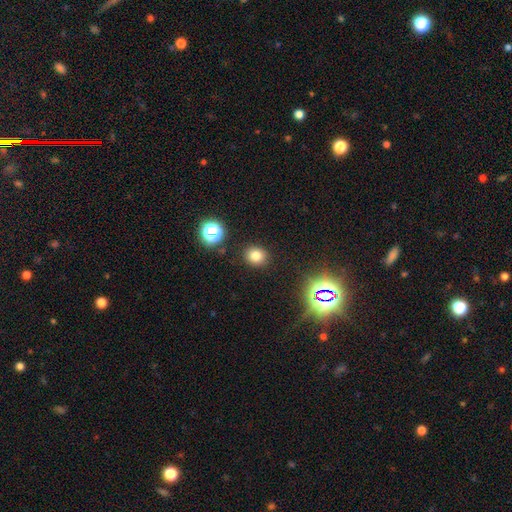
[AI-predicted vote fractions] This is likely a smooth galaxy (77%). How rounded: likely round (76%). Merging: clearly none (89%).